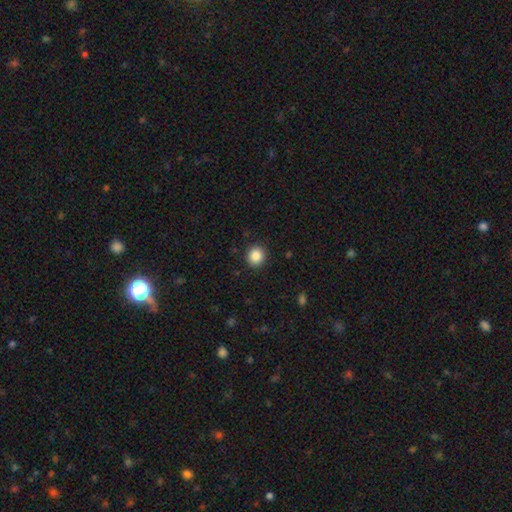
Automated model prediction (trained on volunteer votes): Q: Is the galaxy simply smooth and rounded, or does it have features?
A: smooth — 87%.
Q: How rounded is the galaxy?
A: round — 86%.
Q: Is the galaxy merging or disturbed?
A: none — 91%.